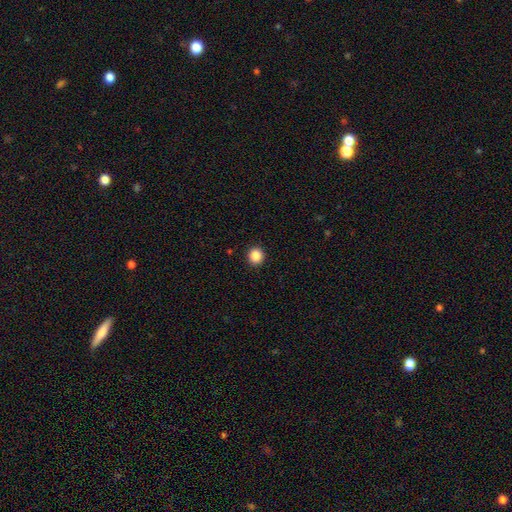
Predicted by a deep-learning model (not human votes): Smooth or featured: smooth — 86% (star or artifact — 10%)
How rounded: round — 88% (in between — 12%)
Merging: none — 92% (minor disturbance — 5%)